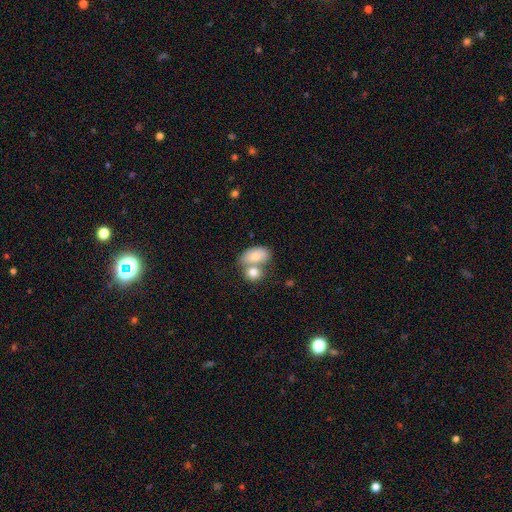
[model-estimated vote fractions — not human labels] This is likely a smooth galaxy (78%). How rounded: clearly in between (84%). Merging: possibly merger (56%).